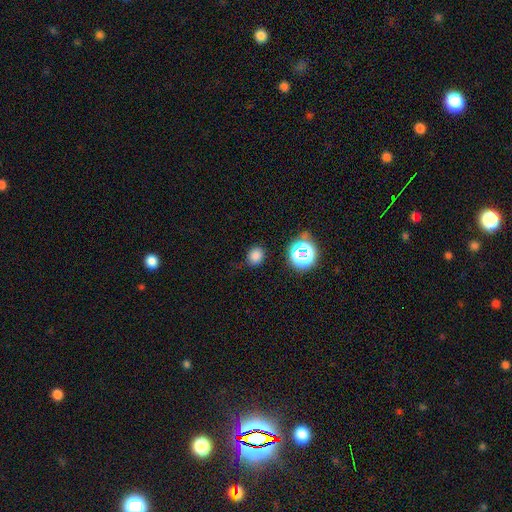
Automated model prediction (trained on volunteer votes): This is likely a smooth galaxy (76%). How rounded: likely round (69%). Merging: likely none (79%).